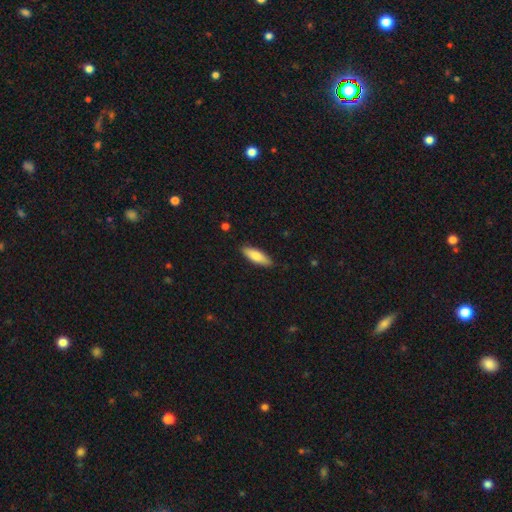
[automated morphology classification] Q: Smooth or featured?
A: smooth (80%); runner-up: featured or disk (15%)
Q: How rounded?
A: in between (58%); runner-up: cigar-shaped (40%)
Q: Merging?
A: none (88%); runner-up: minor disturbance (10%)